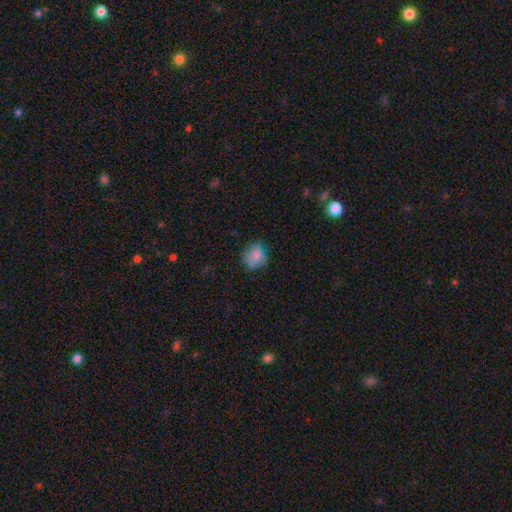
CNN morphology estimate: A smooth galaxy with no disk features (74%) that is round (67%). Merging: none (60%).